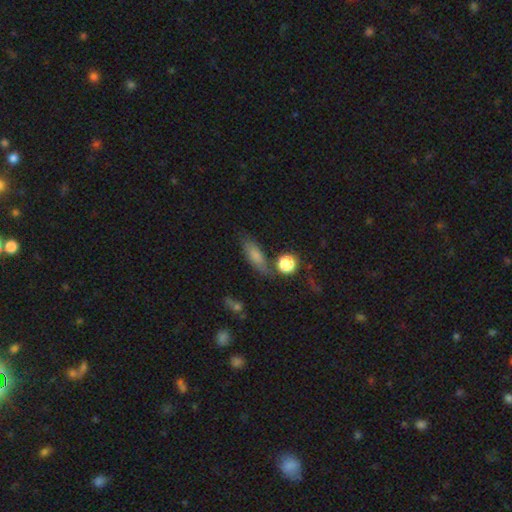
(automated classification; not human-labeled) smooth_or_featured: smooth (p=0.73) [alt: featured or disk p=0.16]
how_rounded: in between (p=0.65) [alt: cigar-shaped p=0.28]
merging: none (p=0.68) [alt: minor disturbance p=0.19]